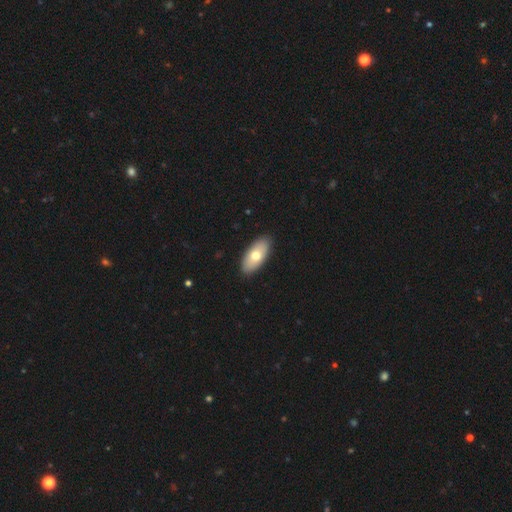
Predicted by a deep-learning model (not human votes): Morphology: type=smooth (70%); roundness=in between (91%); merging=none (90%).